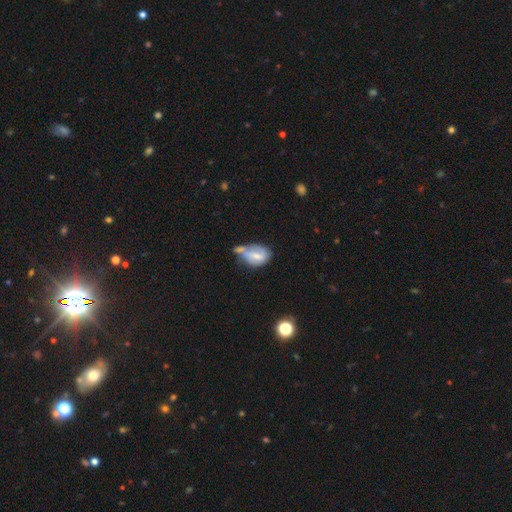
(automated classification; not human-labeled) Smooth or featured: smooth — 49% (featured or disk — 43%)
Merging: merger — 36% (minor disturbance — 25%)